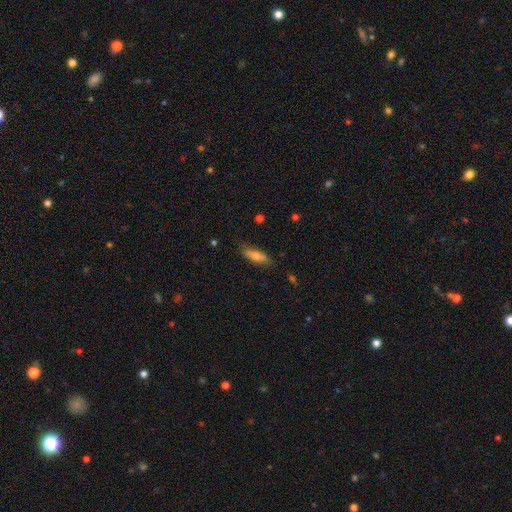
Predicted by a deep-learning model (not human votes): smooth-or-featured: smooth: 64% | featured or disk: 29% | star or artifact: 7%
  how-rounded: in between: 49% (tied) | cigar-shaped: 49% (tied) | round: 2%
  merging: none: 75% | minor disturbance: 19% | major disturbance: 4% | merger: 2%